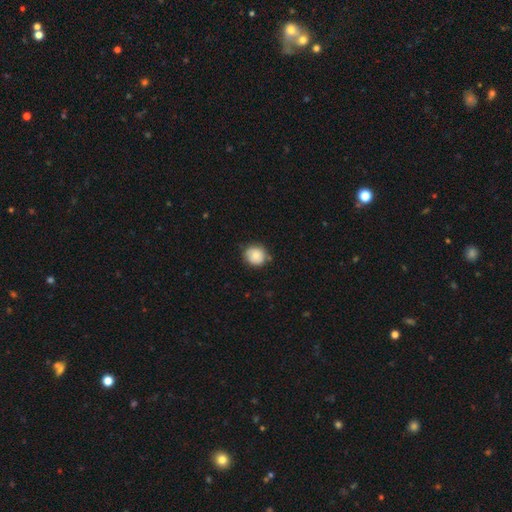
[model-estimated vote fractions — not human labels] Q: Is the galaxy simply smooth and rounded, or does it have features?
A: smooth — 76%.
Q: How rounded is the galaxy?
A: round — 86%.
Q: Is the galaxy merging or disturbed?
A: none — 76%.